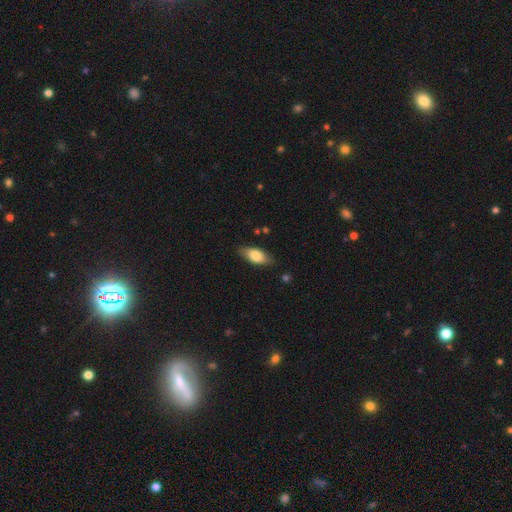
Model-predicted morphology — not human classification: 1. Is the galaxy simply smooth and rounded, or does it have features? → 77% smooth, 17% featured or disk, 6% star or artifact.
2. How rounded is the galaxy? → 85% in between, 12% cigar-shaped, 3% round.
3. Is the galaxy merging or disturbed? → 82% none, 14% minor disturbance, 3% major disturbance, 1% merger.